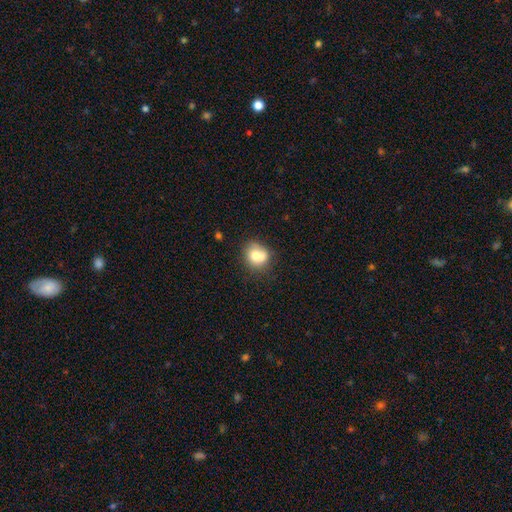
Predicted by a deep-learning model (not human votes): smooth 72%, featured or disk 19%, star or artifact 9%. Down the decision tree: how rounded — round (72%); merging — none (45%).